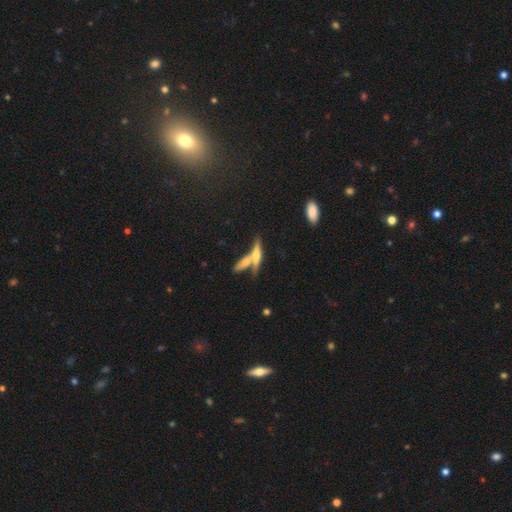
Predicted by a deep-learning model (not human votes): smooth-or-featured: featured or disk: 53% | smooth: 37% | star or artifact: 10%
  disk-edge-on: yes: 88% | no: 12%
  merging: none: 45% | merger: 41% | minor disturbance: 9% | major disturbance: 4%